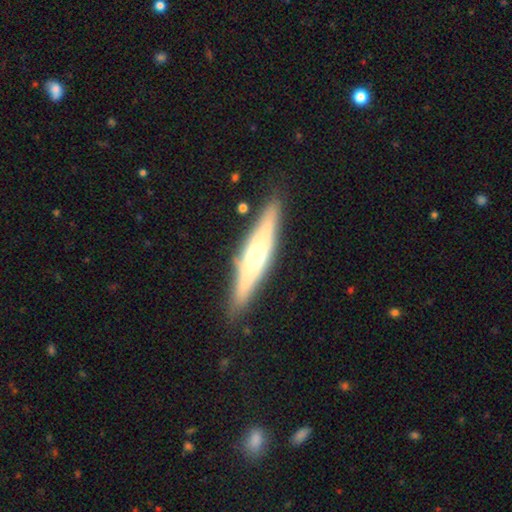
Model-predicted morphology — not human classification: Smooth or featured? featured or disk (64%)
Edge-on disk? yes (89%)
Edge-on bulge? rounded (82%)
Merging? none (85%)